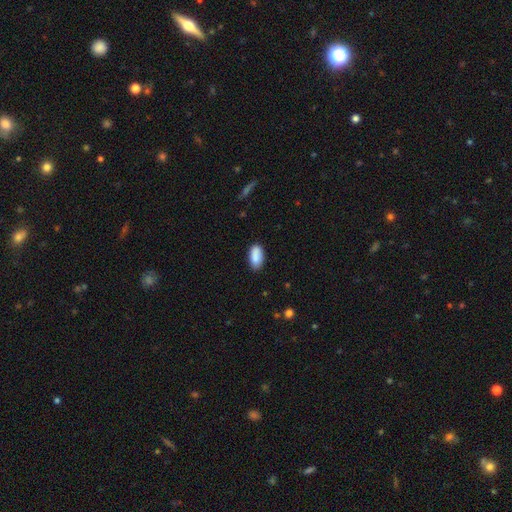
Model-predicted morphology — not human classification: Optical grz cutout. It shows a smooth galaxy with no disk features (88%) that is in between round and cigar-shaped (92%). Merging: none (82%).